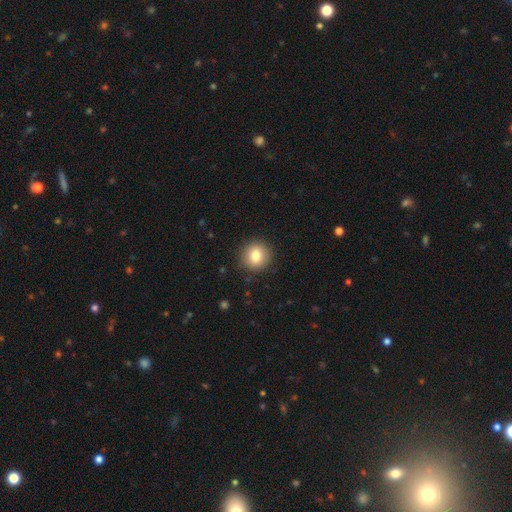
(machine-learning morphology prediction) smooth 81%, featured or disk 10%, star or artifact 10%. Down the decision tree: how rounded — round (89%); merging — none (90%).